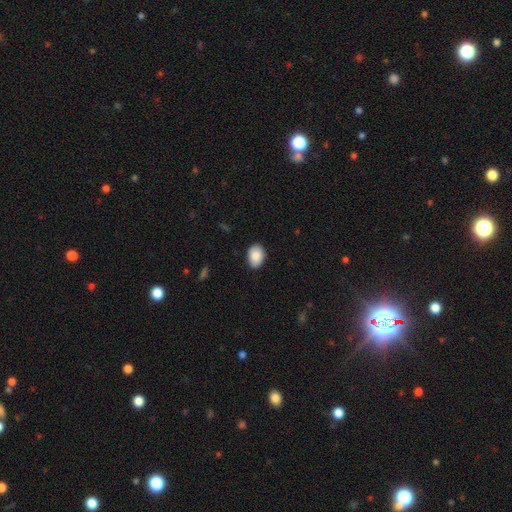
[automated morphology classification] smooth 86%, featured or disk 7%, star or artifact 7%. Down the decision tree: how rounded — in between (82%); merging — none (86%).